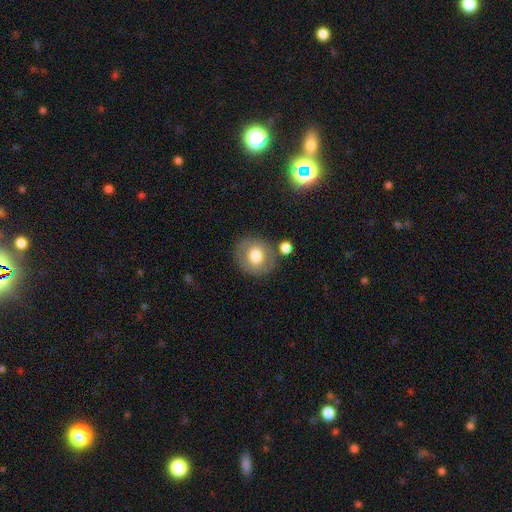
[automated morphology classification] Smooth or featured: smooth — 70% (featured or disk — 22%)
How rounded: round — 76% (in between — 23%)
Merging: none — 77% (minor disturbance — 12%)